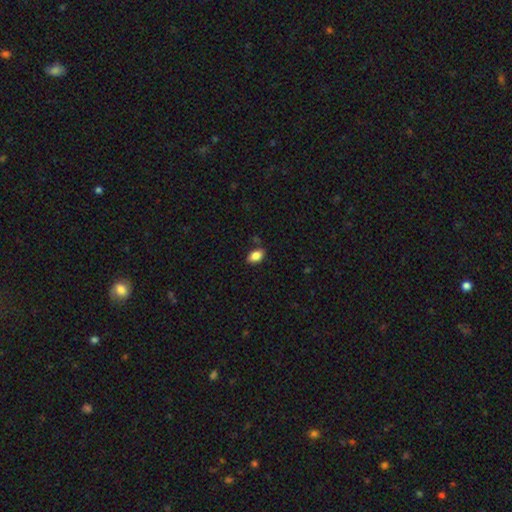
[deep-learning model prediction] A smooth galaxy with no disk features (86%) that is in between round and cigar-shaped (91%).

Vote fractions:
- Smooth or featured? smooth: 86% / star or artifact: 8% / featured or disk: 5%
- How rounded? in between: 91% / round: 6% / cigar-shaped: 3%
- Merging? none: 80% / minor disturbance: 14% / merger: 3% / major disturbance: 3%